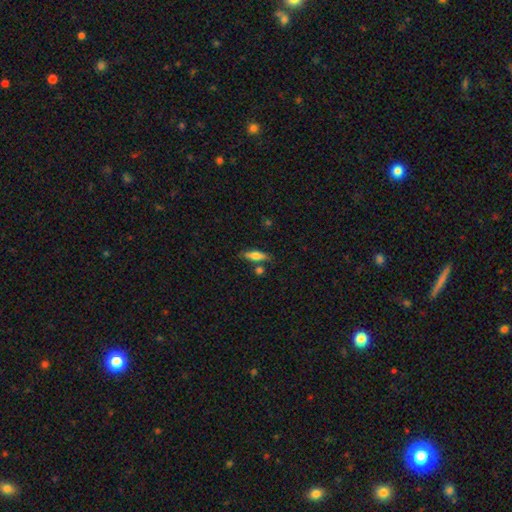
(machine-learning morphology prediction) Q: Smooth or featured?
A: smooth (68%); runner-up: featured or disk (25%)
Q: How rounded?
A: cigar-shaped (53%); runner-up: in between (45%)
Q: Merging?
A: none (72%); runner-up: minor disturbance (14%)